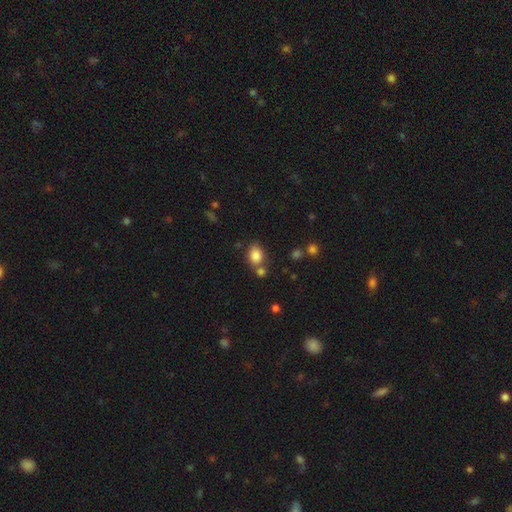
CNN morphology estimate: This appears to be a smooth galaxy with no disk features (84%) that is in between round and cigar-shaped (61%). Merging: none (61%).